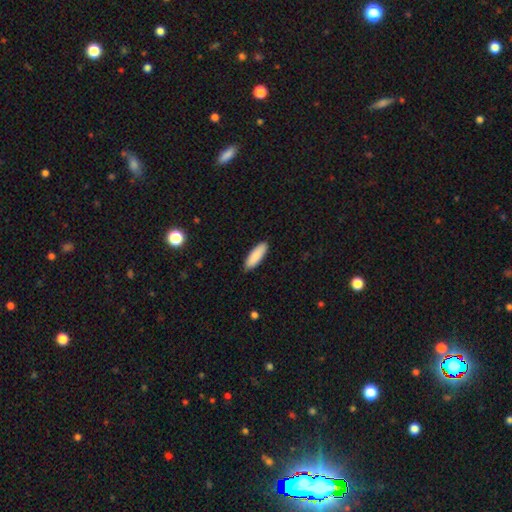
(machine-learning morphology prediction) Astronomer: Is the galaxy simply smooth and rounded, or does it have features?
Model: smooth — 89%.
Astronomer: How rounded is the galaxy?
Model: in between — 57% (runner-up: cigar-shaped, 42%).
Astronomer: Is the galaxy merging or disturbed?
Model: none — 89%.